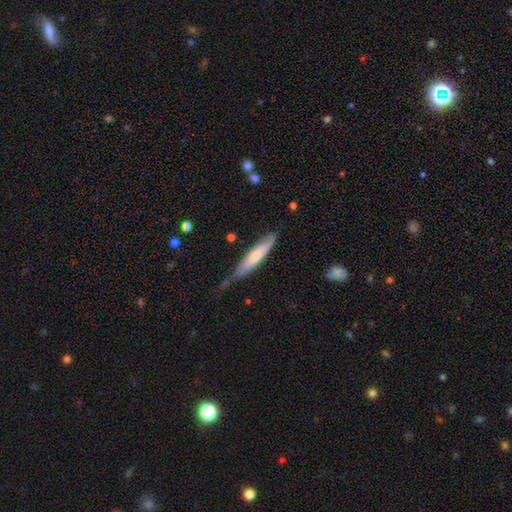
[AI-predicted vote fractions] Smooth or featured?
  - smooth: 57% *
  - featured or disk: 38%
  - star or artifact: 5%
How rounded?
  - cigar-shaped: 84% *
  - in between: 15%
  - round: 1%
Merging?
  - none: 58% *
  - minor disturbance: 31%
  - major disturbance: 8%
  - merger: 3%